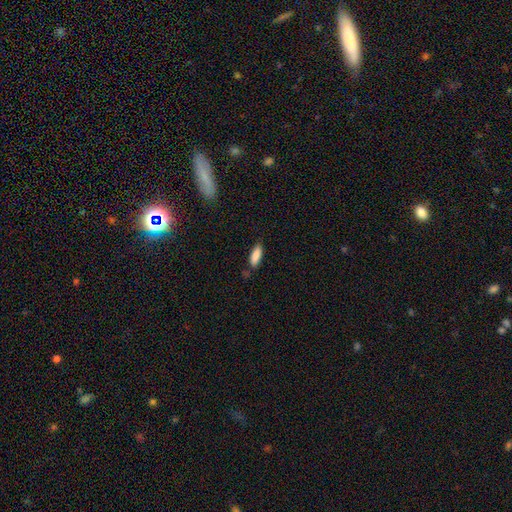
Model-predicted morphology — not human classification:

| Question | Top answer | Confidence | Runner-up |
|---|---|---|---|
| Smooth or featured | smooth | 88% | star or artifact (7%) |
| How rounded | in between | 60% | cigar-shaped (38%) |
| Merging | none | 76% | minor disturbance (17%) |